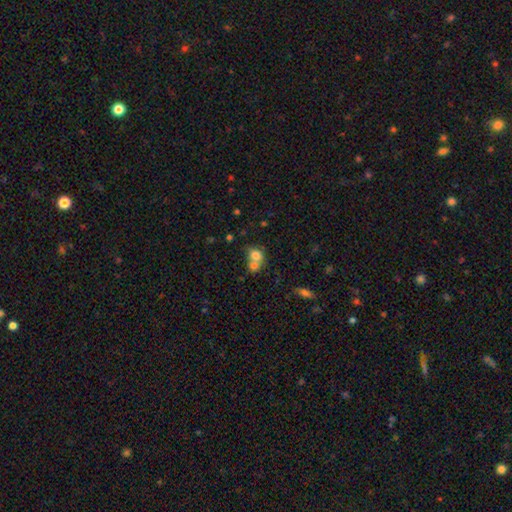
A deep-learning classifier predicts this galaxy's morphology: Smooth or featured? Predicted: smooth (p=0.74). How rounded? Predicted: round (p=0.59). Merging? Predicted: merger (p=0.64).